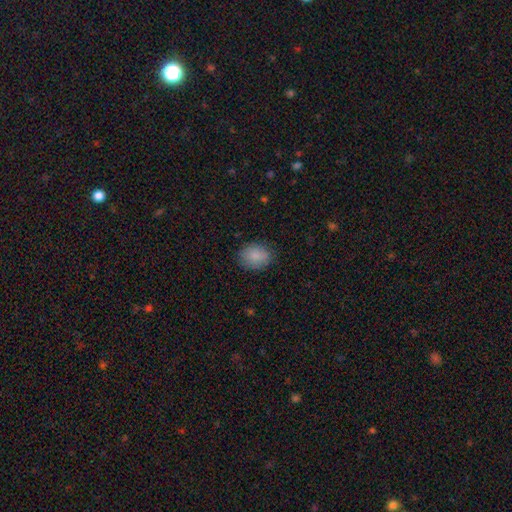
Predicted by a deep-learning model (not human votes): Morphology: type=smooth (87%); roundness=round (50%); merging=none (84%).